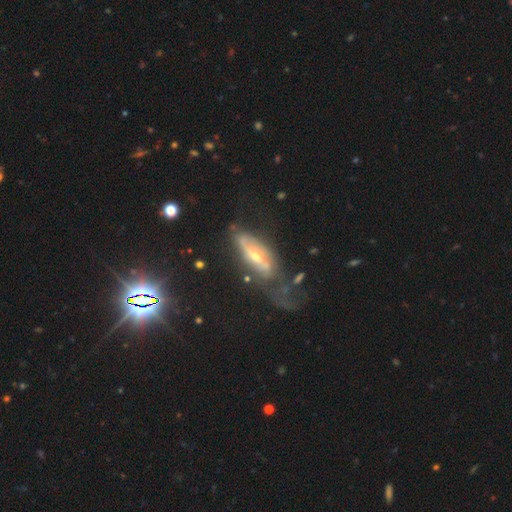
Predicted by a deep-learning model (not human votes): This appears to be a featured or disk galaxy (68%). Merging: major disturbance (38%).